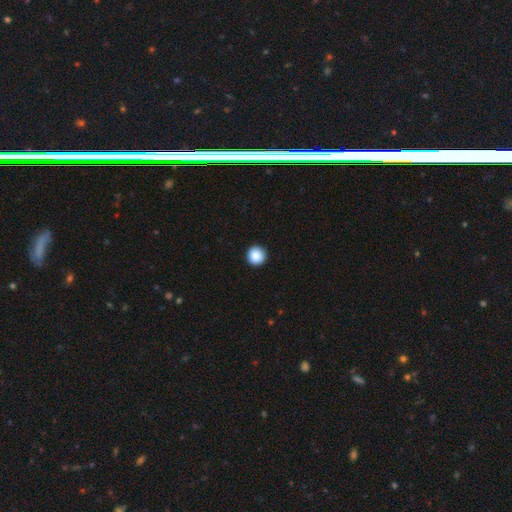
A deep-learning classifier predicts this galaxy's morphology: A smooth galaxy with no disk features (88%) that is round (96%).

Vote fractions:
- Smooth or featured? smooth: 88% / star or artifact: 9% / featured or disk: 3%
- How rounded? round: 96% / in between: 3% / cigar-shaped: 1%
- Merging? none: 93% / minor disturbance: 5% / major disturbance: 1% / merger: 1%